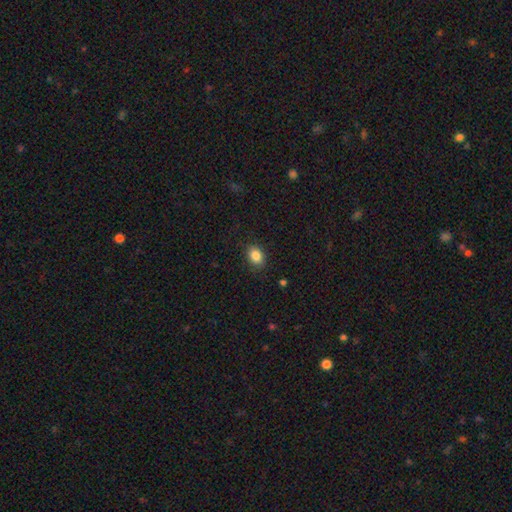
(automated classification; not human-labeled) Smooth or featured? smooth (86%)
How rounded? in between (66%)
Merging? none (86%)